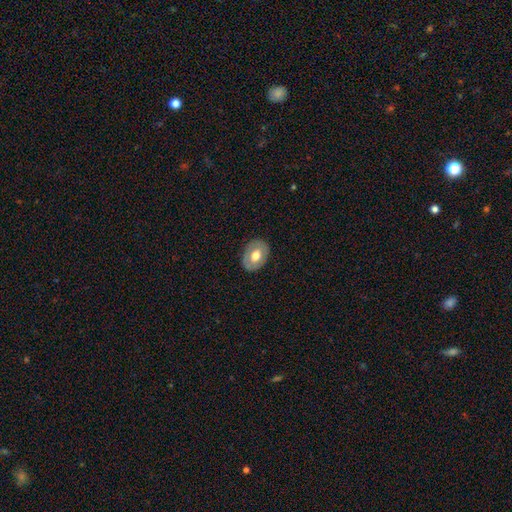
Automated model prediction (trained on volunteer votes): A smooth galaxy with no disk features (58%) that is in between round and cigar-shaped (69%).

Vote fractions:
- Smooth or featured? smooth: 58% / featured or disk: 36% / star or artifact: 6%
- How rounded? in between: 69% / round: 30% / cigar-shaped: 1%
- Merging? none: 84% / minor disturbance: 12% / major disturbance: 3% / merger: 1%